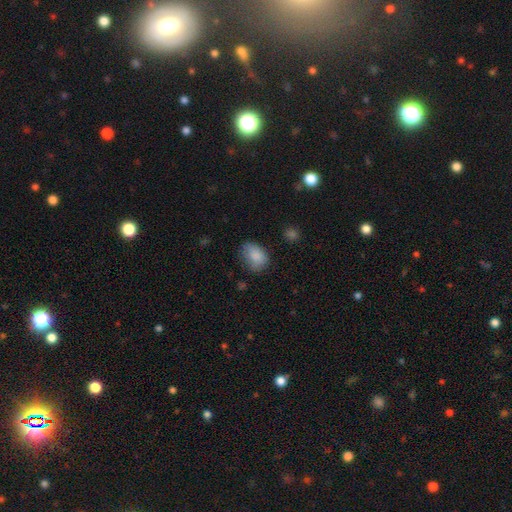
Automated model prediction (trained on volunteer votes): Overall: smooth (85%). How rounded: in between (76%). Merging: none (61%; minor disturbance 29%).